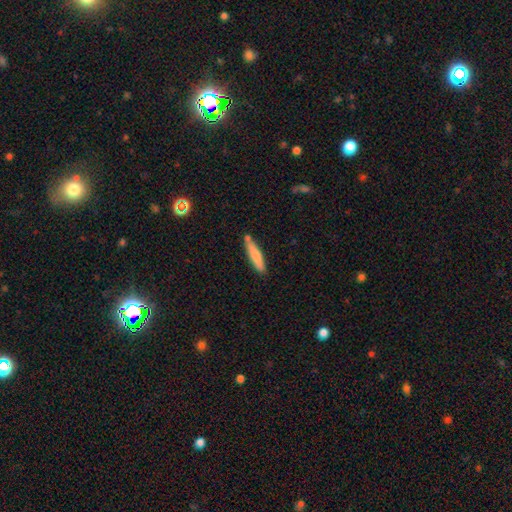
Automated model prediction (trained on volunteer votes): The model was most divided on "smooth or featured": smooth: 75%, featured or disk: 19%, star or artifact: 6%. More confident: how rounded — cigar-shaped (88%); merging — none (73%).